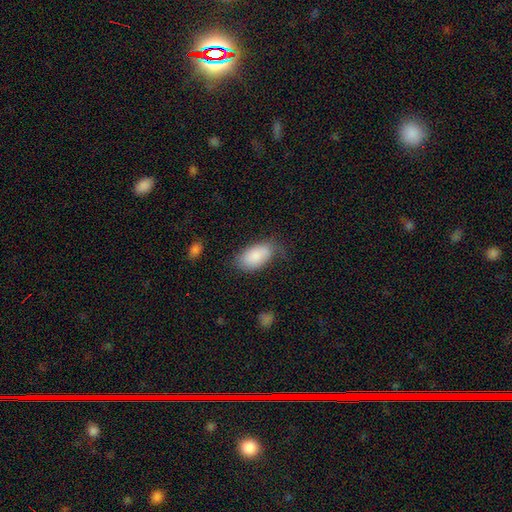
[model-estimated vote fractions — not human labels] smooth-or-featured: smooth: 86% | featured or disk: 8% | star or artifact: 6%
  how-rounded: in between: 95% | round: 3% | cigar-shaped: 2%
  merging: none: 60% | minor disturbance: 28% | major disturbance: 10% | merger: 2%